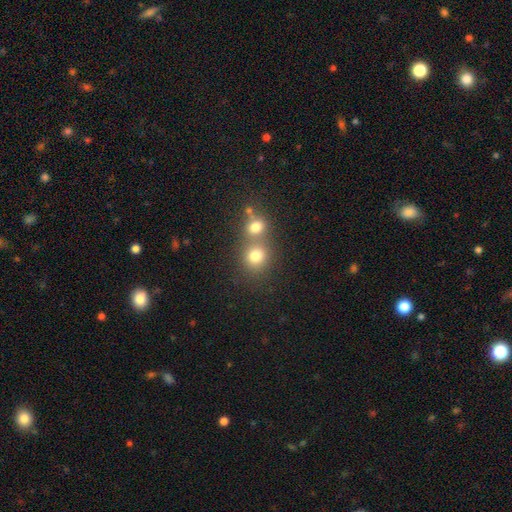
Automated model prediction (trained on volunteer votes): Smooth or featured? Predicted: smooth (p=0.76). How rounded? Predicted: round (p=0.83). Merging? Predicted: none (p=0.46).